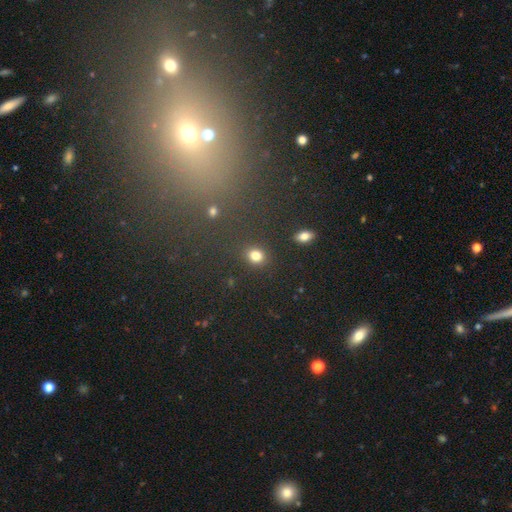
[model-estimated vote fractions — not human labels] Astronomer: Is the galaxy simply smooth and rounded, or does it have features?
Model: smooth — 81%.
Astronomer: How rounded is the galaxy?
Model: round — 68%.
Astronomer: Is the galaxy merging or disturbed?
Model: none — 86%.